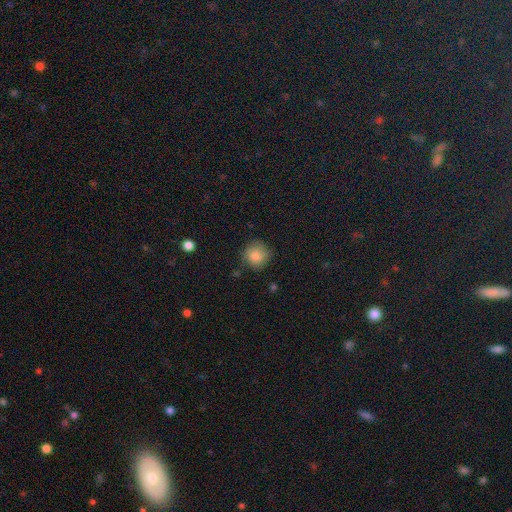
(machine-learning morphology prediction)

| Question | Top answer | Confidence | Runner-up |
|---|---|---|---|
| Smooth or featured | smooth | 86% | star or artifact (8%) |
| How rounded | round | 91% | in between (8%) |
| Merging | none | 80% | minor disturbance (15%) |